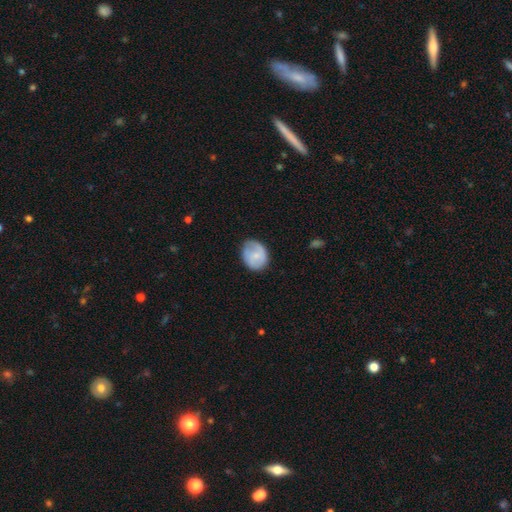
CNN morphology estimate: This appears to be a smooth galaxy with no disk features (62%) that is round (51%). Merging: none (67%).